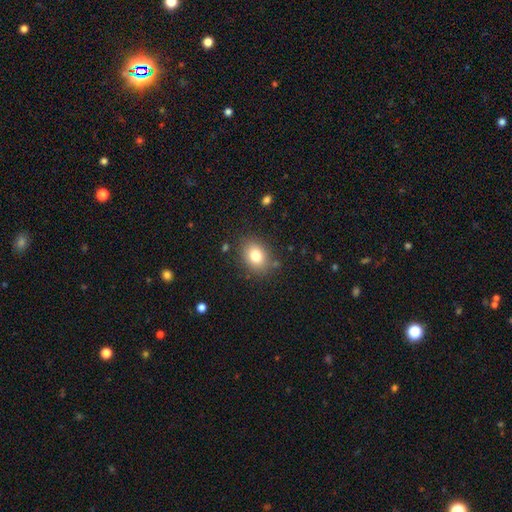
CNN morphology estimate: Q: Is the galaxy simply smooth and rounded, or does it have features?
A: smooth — 79%.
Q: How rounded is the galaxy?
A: in between — 58%.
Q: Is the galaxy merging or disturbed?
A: none — 82%.